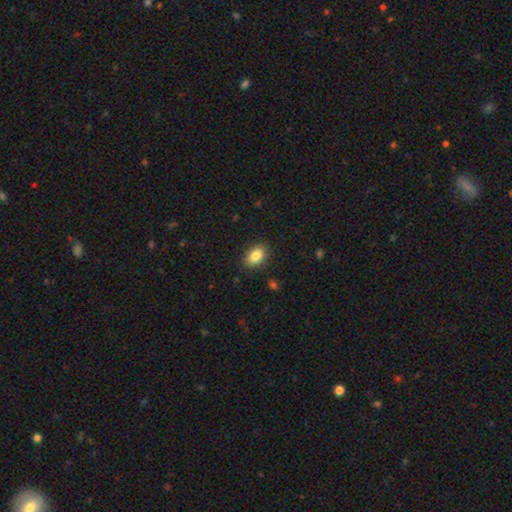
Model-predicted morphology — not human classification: Smooth or featured: smooth — 85% (star or artifact — 8%)
How rounded: in between — 86% (round — 13%)
Merging: none — 88% (minor disturbance — 9%)